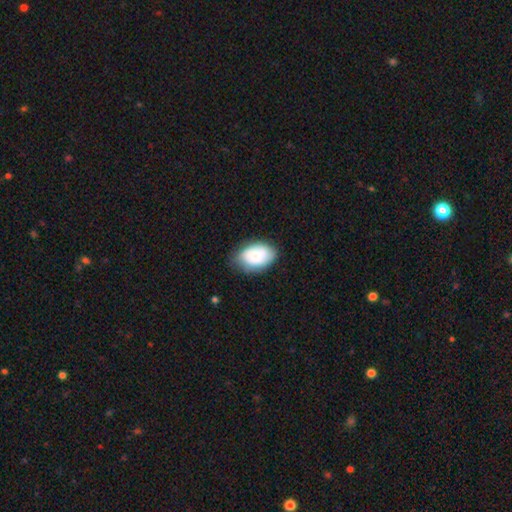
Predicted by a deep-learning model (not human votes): smooth_or_featured: smooth (p=0.72) [alt: featured or disk p=0.21]
how_rounded: in between (p=0.87) [alt: round p=0.12]
merging: none (p=0.70) [alt: minor disturbance p=0.23]